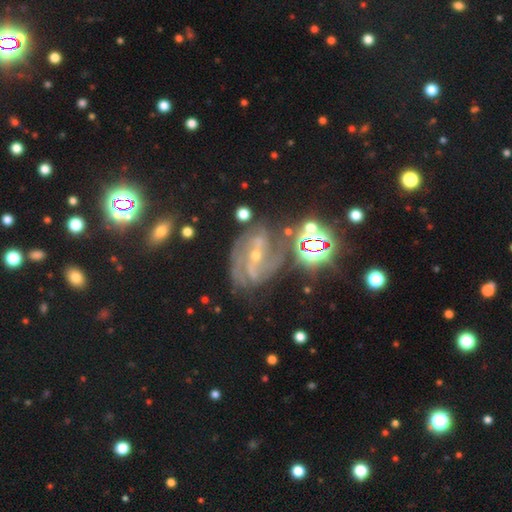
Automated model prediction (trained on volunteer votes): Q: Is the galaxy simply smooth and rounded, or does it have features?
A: featured or disk — 82%.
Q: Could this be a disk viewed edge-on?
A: no — 97%.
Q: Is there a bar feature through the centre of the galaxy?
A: strong — 43%.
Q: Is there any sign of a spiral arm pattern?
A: yes — 95%.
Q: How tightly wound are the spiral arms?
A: medium — 47%.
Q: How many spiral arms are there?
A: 2 — 42%.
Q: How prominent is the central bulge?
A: small — 70%.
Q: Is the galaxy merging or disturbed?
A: none — 58%.